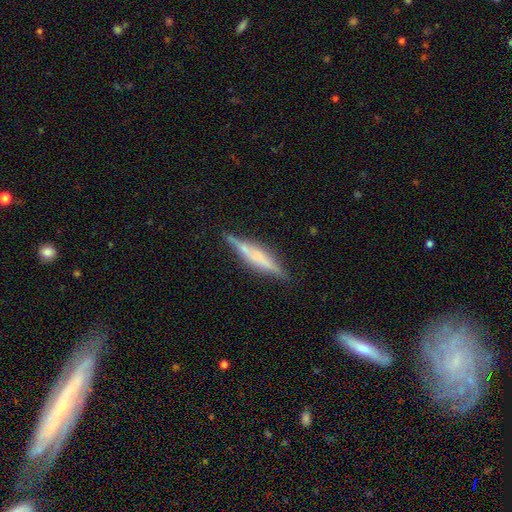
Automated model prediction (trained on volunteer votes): A featured or disk galaxy (61%) viewed edge-on (95%) with a boxy central bulge (35%).

Vote fractions:
- Smooth or featured? featured or disk: 61% / smooth: 31% / star or artifact: 8%
- Edge-on disk? yes: 95% / no: 5%
- Edge-on bulge? boxy: 35% / rounded: 34% / none: 31%
- Merging? none: 79% / minor disturbance: 15% / major disturbance: 4% / merger: 2%